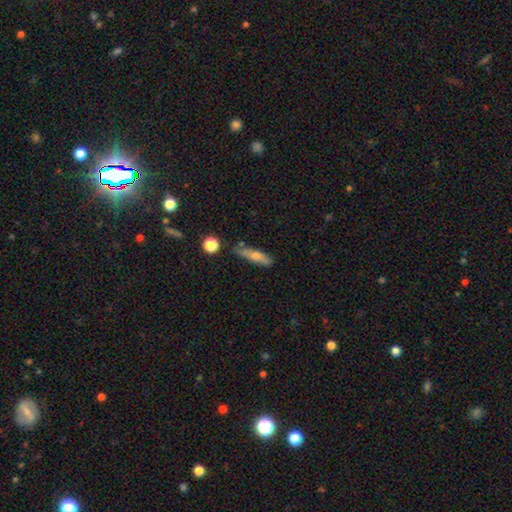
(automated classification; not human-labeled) Q: Smooth or featured?
A: smooth (65%); runner-up: featured or disk (27%)
Q: How rounded?
A: cigar-shaped (66%); runner-up: in between (31%)
Q: Merging?
A: none (64%); runner-up: minor disturbance (24%)